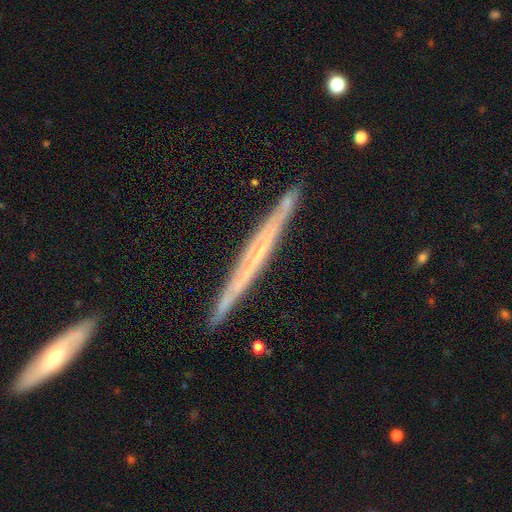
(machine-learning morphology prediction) smooth_or_featured: featured or disk (p=0.64) [alt: smooth p=0.29]
disk_edge_on: yes (p=0.96) [alt: no p=0.04]
edge_on_bulge: none (p=0.79) [alt: rounded p=0.14]
merging: none (p=0.88) [alt: minor disturbance p=0.09]